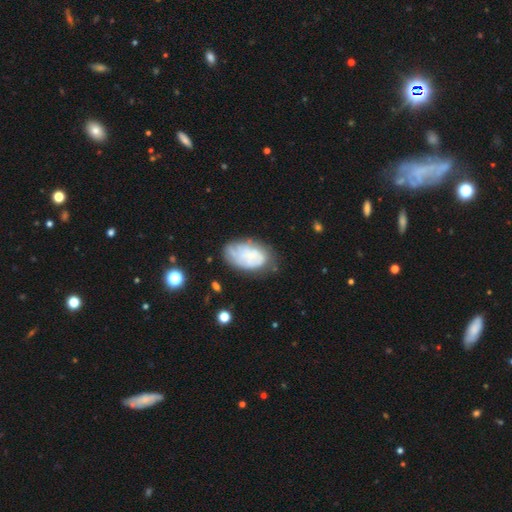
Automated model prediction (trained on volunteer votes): Smooth or featured: featured or disk — 52% (smooth — 40%)
Edge-on disk: no — 97% (yes — 3%)
Merging: none — 47% (minor disturbance — 31%)